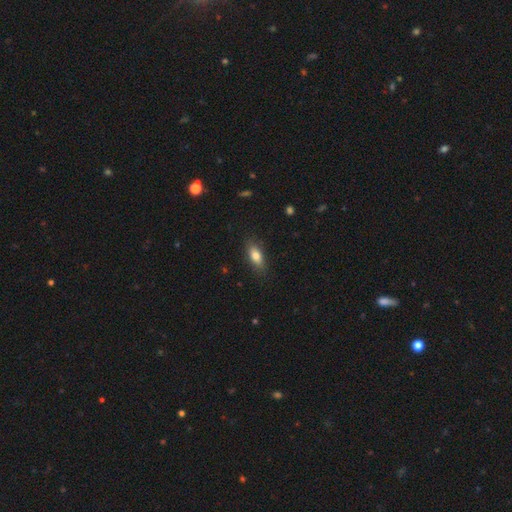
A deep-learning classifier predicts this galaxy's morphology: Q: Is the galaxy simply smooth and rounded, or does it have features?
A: smooth — 80%.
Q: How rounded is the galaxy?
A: in between — 80%.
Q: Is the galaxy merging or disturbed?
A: none — 83%.